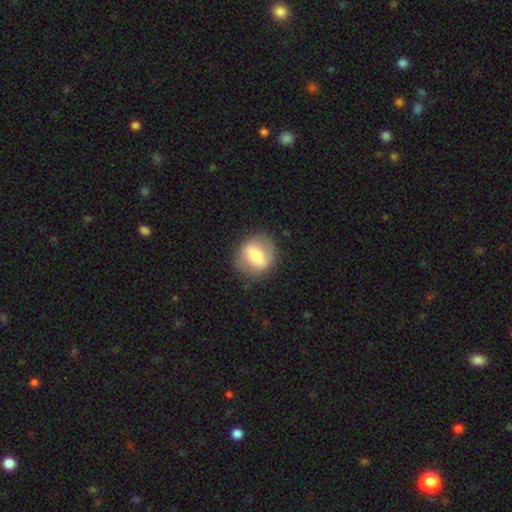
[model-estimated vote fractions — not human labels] Morphology: type=smooth (47%); merging=none (81%).